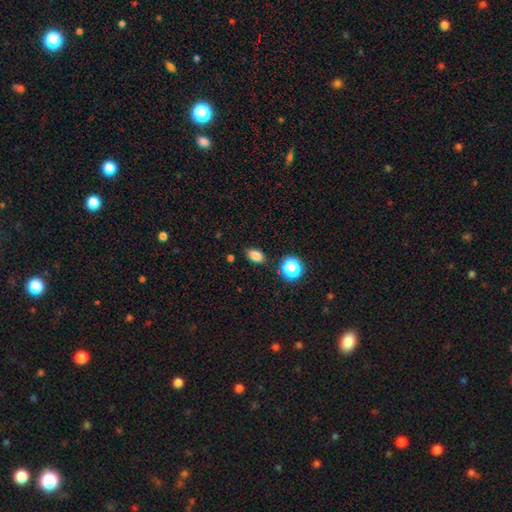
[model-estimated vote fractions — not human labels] smooth 82%, star or artifact 13%, featured or disk 5%. Down the decision tree: how rounded — in between (80%); merging — none (85%).